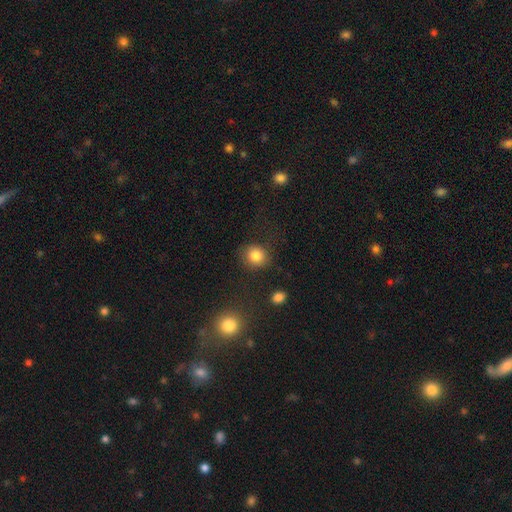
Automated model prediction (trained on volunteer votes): Smooth or featured?
  - smooth: 83% *
  - star or artifact: 10%
  - featured or disk: 6%
How rounded?
  - round: 77% *
  - in between: 22%
  - cigar-shaped: 1%
Merging?
  - none: 80% *
  - minor disturbance: 12%
  - major disturbance: 5%
  - merger: 3%